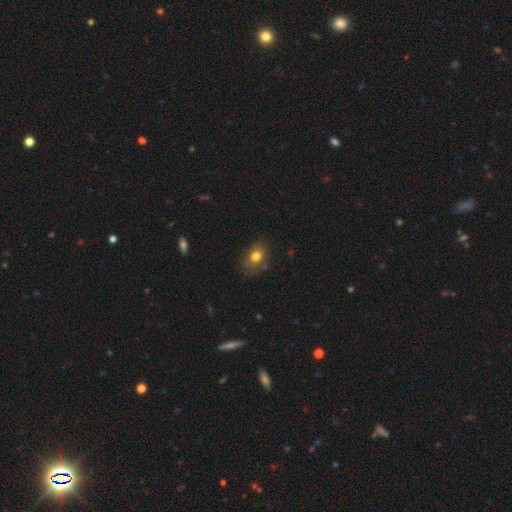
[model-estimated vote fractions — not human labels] smooth 76%, featured or disk 14%, star or artifact 10%. Down the decision tree: how rounded — in between (66%); merging — none (70%).